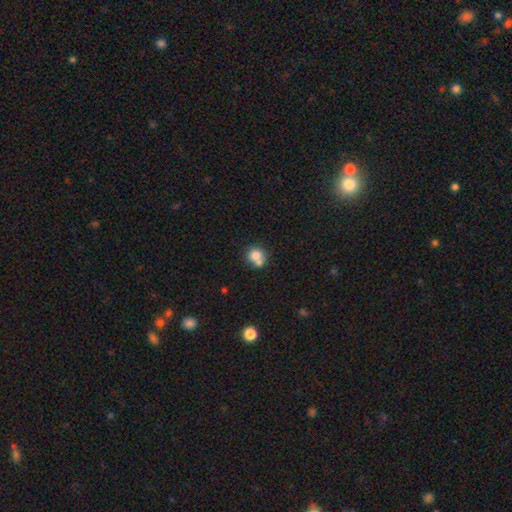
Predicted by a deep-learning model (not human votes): A smooth galaxy with no disk features (78%) that is round (82%).

Vote fractions:
- Smooth or featured? smooth: 78% / featured or disk: 12% / star or artifact: 10%
- How rounded? round: 82% / in between: 17% / cigar-shaped: 1%
- Merging? none: 44% (tied) / merger: 44% (tied) / minor disturbance: 9% / major disturbance: 3%